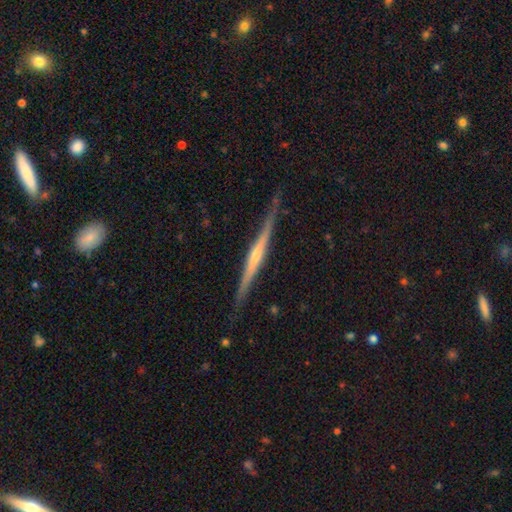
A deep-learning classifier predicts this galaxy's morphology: featured or disk 82%, smooth 12%, star or artifact 6%. Down the decision tree: edge-on disk — yes (98%); edge-on bulge — rounded (70%); merging — none (87%).